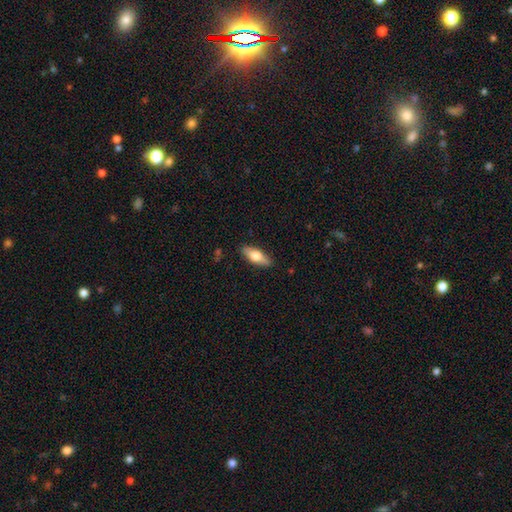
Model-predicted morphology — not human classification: Smooth or featured? Predicted: smooth (p=0.66). How rounded? Predicted: in between (p=0.70). Merging? Predicted: none (p=0.88).